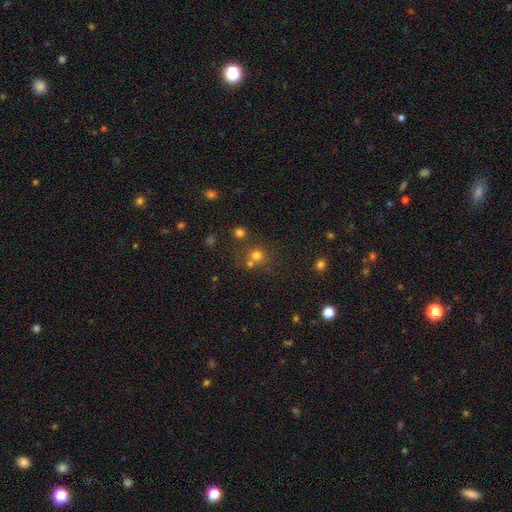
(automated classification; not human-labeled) Q: Smooth or featured?
A: smooth (69%); runner-up: star or artifact (22%)
Q: How rounded?
A: round (89%); runner-up: in between (10%)
Q: Merging?
A: none (61%); runner-up: merger (27%)